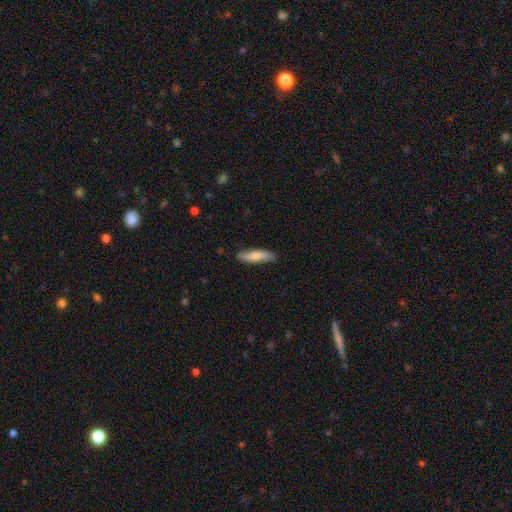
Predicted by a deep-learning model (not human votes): This appears to be a smooth galaxy with no disk features (72%) that is cigar-shaped (66%). Merging: none (83%).